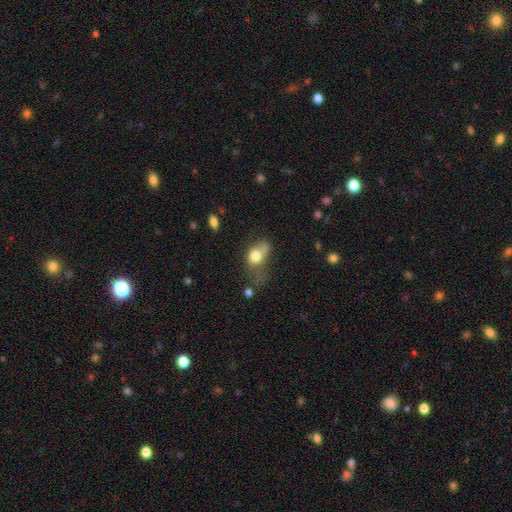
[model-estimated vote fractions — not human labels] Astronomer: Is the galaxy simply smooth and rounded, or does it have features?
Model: smooth — 72%.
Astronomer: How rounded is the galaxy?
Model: in between — 62%.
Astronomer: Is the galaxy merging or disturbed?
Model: major disturbance — 44% (runner-up: minor disturbance, 23%).